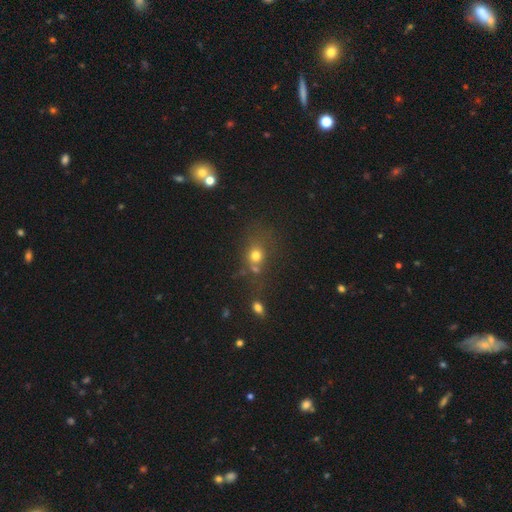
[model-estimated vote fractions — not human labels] Smooth or featured? smooth (70%)
How rounded? round (68%)
Merging? none (51%)